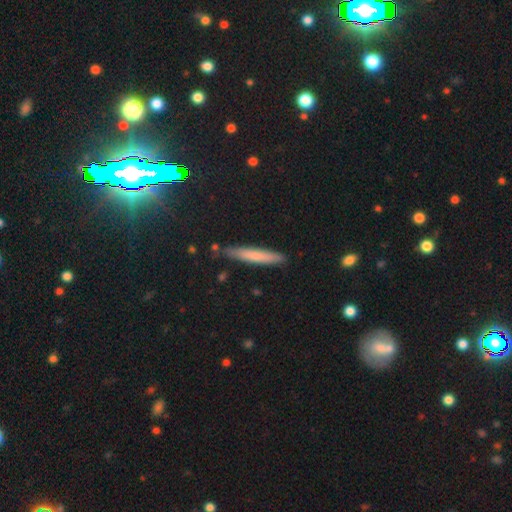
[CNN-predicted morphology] smooth-or-featured: smooth: 70% | featured or disk: 22% | star or artifact: 7%
  how-rounded: cigar-shaped: 93% | in between: 5% | round: 1%
  merging: none: 86% | minor disturbance: 10% | merger: 2% | major disturbance: 2%